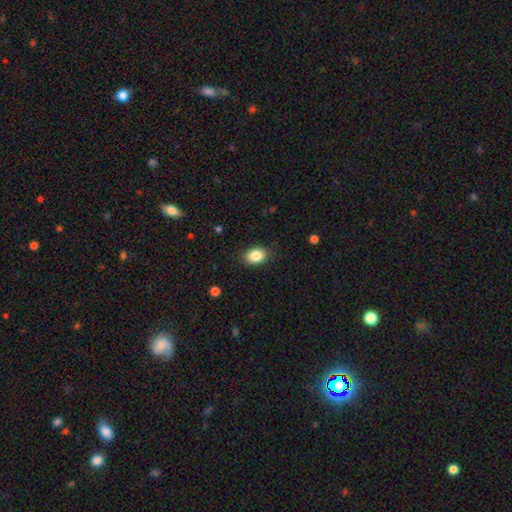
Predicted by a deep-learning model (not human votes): The model was most divided on "how rounded": in between: 76%, round: 23%, cigar-shaped: 1%. More confident: smooth or featured — smooth (85%); merging — none (85%).